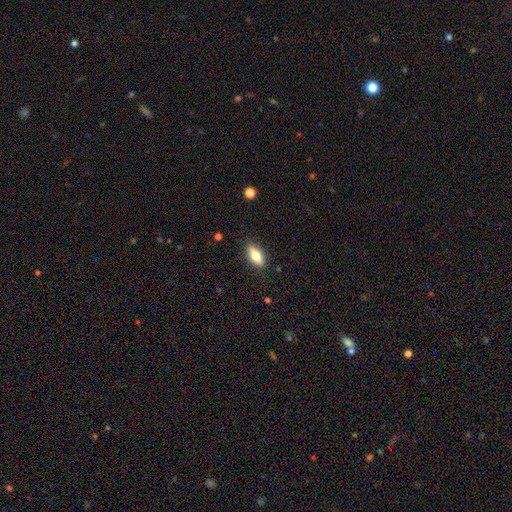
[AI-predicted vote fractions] The model was most divided on "smooth or featured": smooth: 72%, featured or disk: 21%, star or artifact: 7%. More confident: merging — none (85%); how rounded — in between (79%).